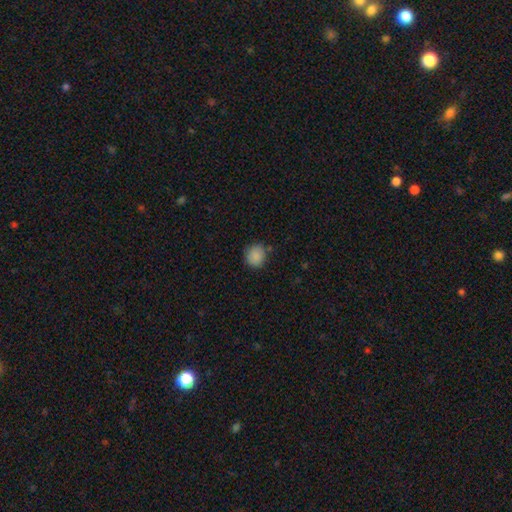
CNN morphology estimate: Smooth or featured?
  - smooth: 88% *
  - star or artifact: 9%
  - featured or disk: 3%
How rounded?
  - round: 87% *
  - in between: 12%
  - cigar-shaped: 1%
Merging?
  - none: 83% *
  - minor disturbance: 12%
  - major disturbance: 3%
  - merger: 3%